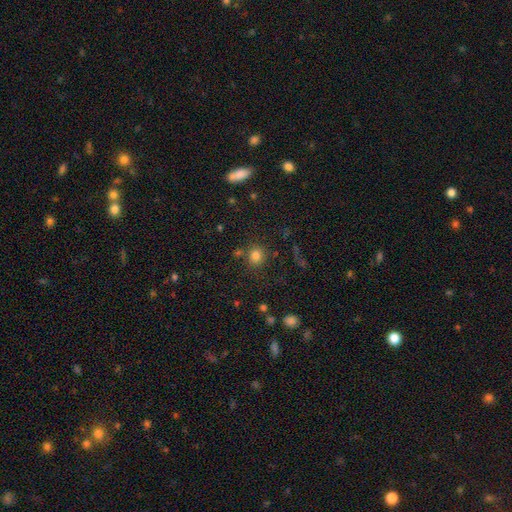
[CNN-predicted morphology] The model was most divided on "smooth or featured": smooth: 79%, star or artifact: 15%, featured or disk: 6%. More confident: how rounded — round (86%); merging — none (77%).